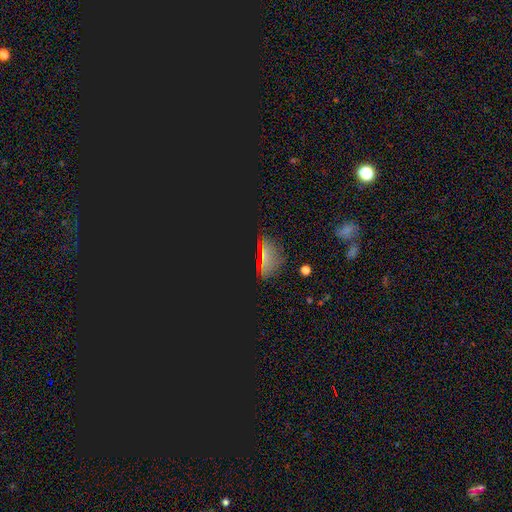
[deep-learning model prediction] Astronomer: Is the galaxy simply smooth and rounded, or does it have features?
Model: star or artifact — 66%.